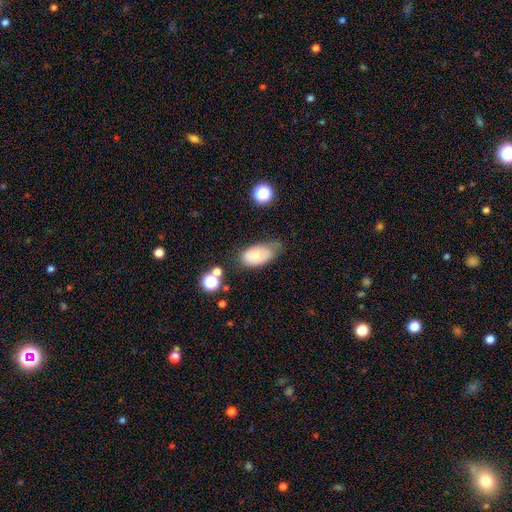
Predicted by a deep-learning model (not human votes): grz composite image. It shows a smooth galaxy with no disk features (65%) that is in between round and cigar-shaped (91%). Merging: none (46%).